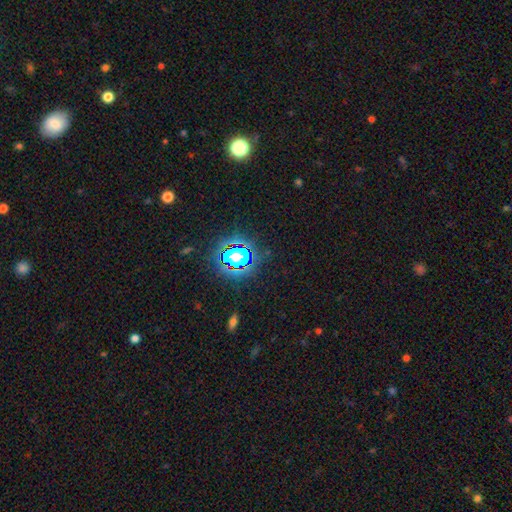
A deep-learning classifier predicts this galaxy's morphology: smooth-or-featured: star or artifact: 81% | smooth: 12% | featured or disk: 7%